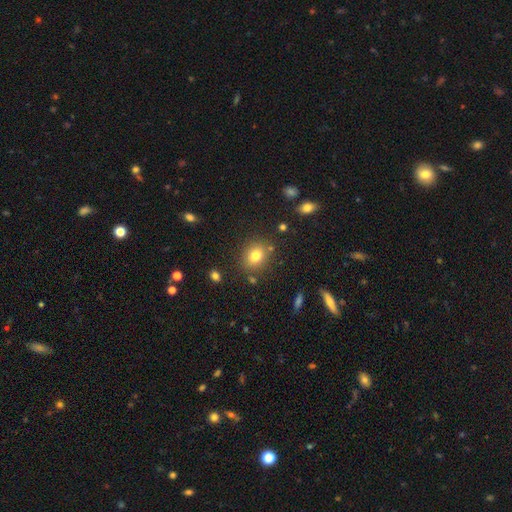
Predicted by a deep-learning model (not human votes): The model was most divided on "how rounded": round: 60%, in between: 39%, cigar-shaped: 1%. More confident: merging — none (82%); smooth or featured — smooth (78%).